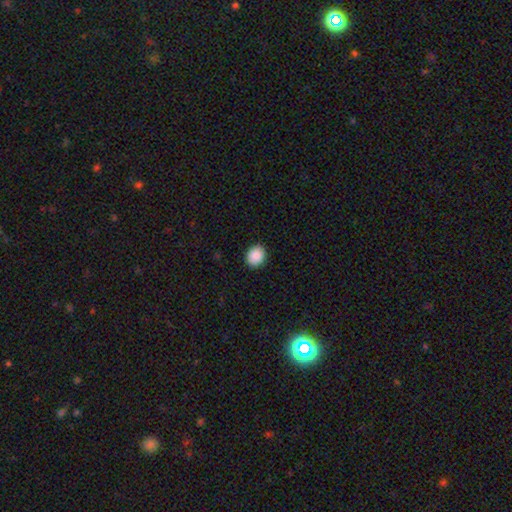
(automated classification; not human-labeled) Smooth or featured? smooth (89%)
How rounded? round (60%)
Merging? none (90%)